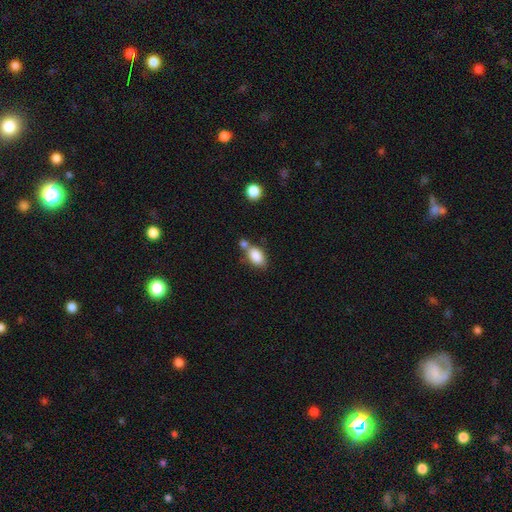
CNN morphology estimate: Smooth or featured? smooth (85%)
How rounded? in between (89%)
Merging? none (49%)